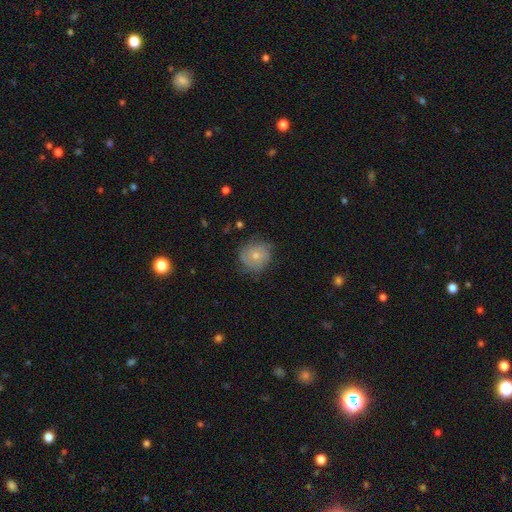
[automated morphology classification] Q: Smooth or featured?
A: smooth (58%); runner-up: featured or disk (34%)
Q: How rounded?
A: round (85%); runner-up: in between (14%)
Q: Merging?
A: none (66%); runner-up: minor disturbance (25%)